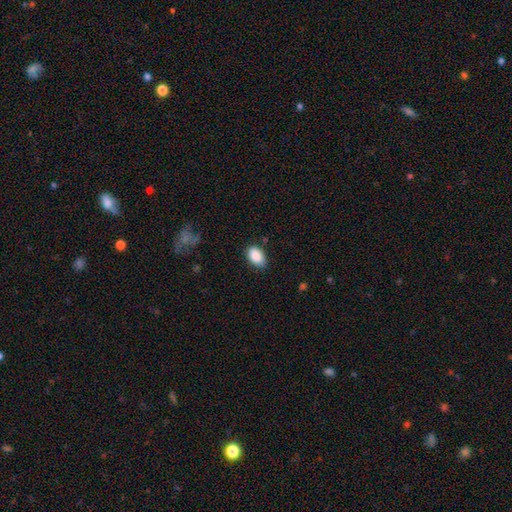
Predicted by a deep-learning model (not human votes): This appears to be a smooth galaxy with no disk features (88%) that is in between round and cigar-shaped (91%). Merging: none (82%).